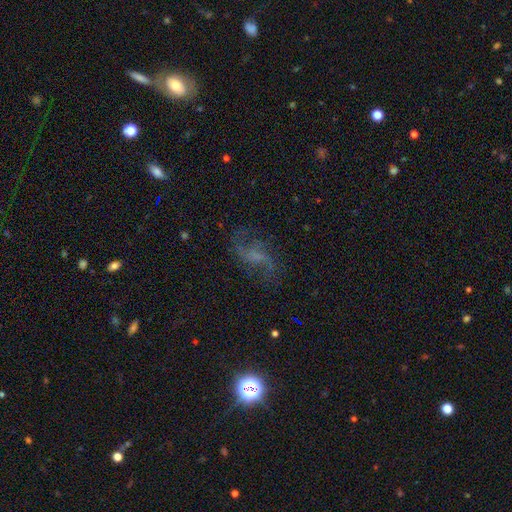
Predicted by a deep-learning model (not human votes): Smooth or featured? featured or disk (68%)
Edge-on disk? no (95%)
Bar? weak (44%)
Spiral arms? yes (89%)
Spiral winding? loose (70%)
Spiral arm count? 2 (75%)
Bulge size? none (44%)
Merging? none (65%)